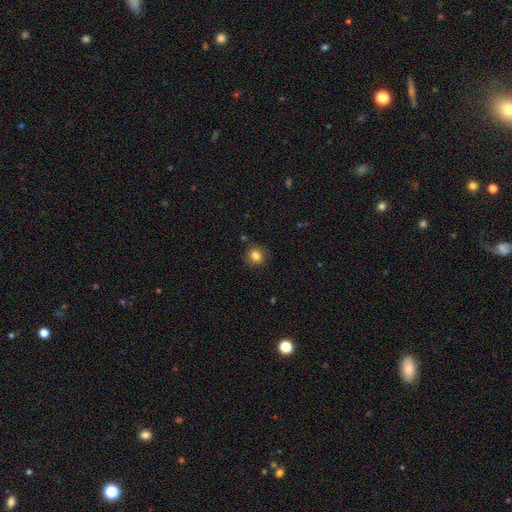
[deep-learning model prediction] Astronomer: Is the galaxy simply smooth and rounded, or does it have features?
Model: smooth — 83%.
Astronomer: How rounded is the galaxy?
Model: round — 83%.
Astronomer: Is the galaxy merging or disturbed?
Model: none — 87%.